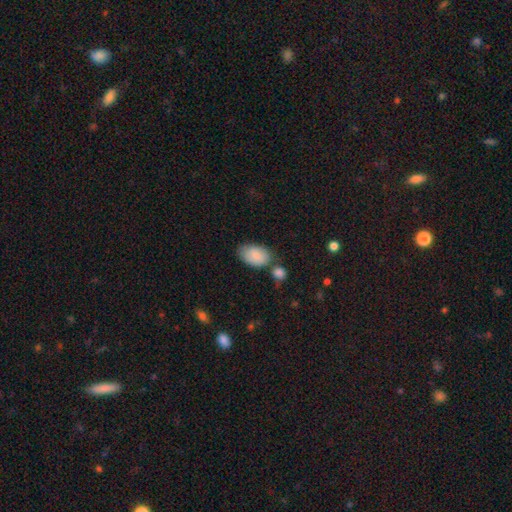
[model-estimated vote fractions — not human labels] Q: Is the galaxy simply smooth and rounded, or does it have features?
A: smooth — 85%.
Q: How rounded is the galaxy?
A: in between — 90%.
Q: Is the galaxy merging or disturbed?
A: none — 52%.